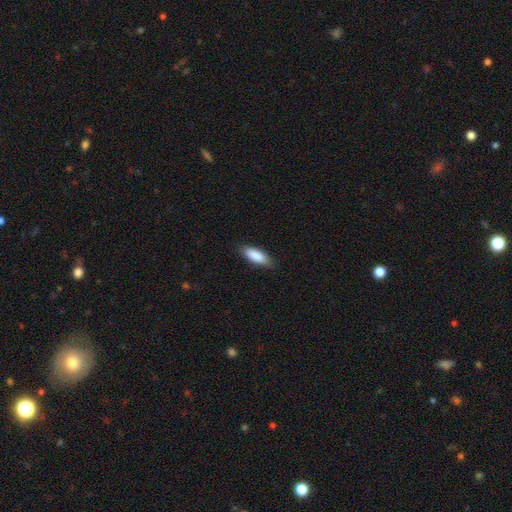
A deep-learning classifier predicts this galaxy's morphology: The model was most divided on "how rounded": in between: 71%, cigar-shaped: 28%, round: 2%. More confident: smooth or featured — smooth (89%); merging — none (85%).